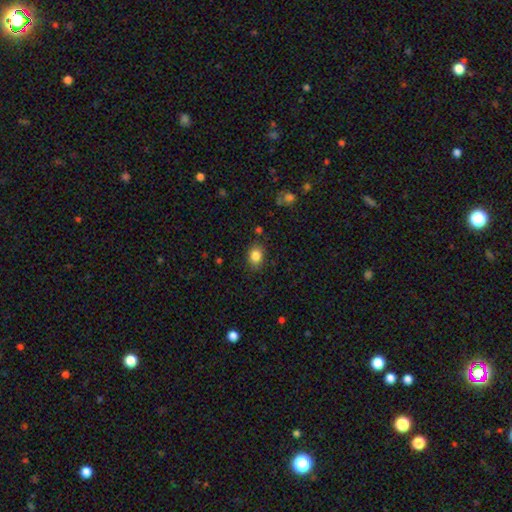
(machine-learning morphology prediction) Smooth or featured? Predicted: smooth (p=0.84). How rounded? Predicted: in between (p=0.59). Merging? Predicted: none (p=0.83).